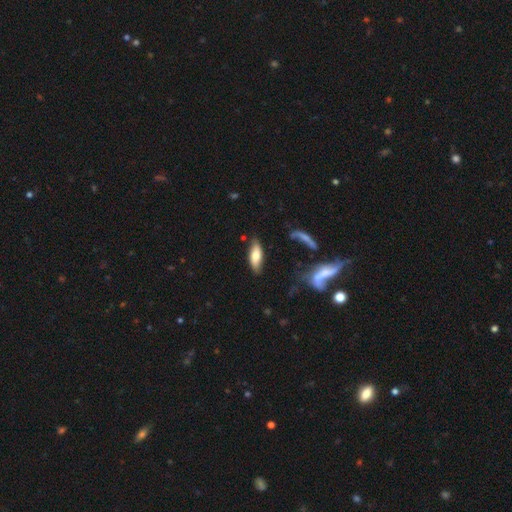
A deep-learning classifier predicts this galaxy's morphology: type=smooth (71%); roundness=in between (68%); merging=none (75%).